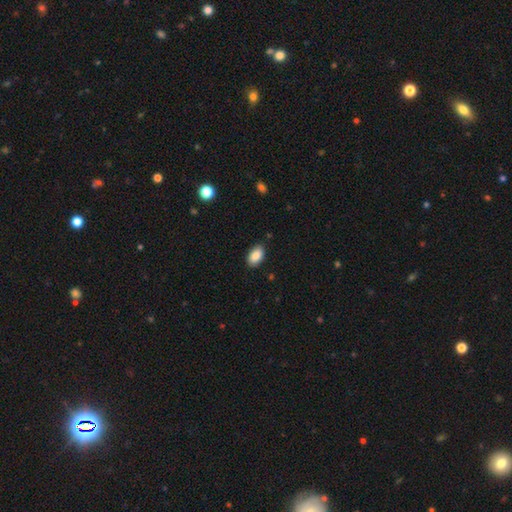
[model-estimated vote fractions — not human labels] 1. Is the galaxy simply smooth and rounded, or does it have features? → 87% smooth, 7% star or artifact, 6% featured or disk.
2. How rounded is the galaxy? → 93% in between, 5% round, 1% cigar-shaped.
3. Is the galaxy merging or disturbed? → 87% none, 10% minor disturbance, 2% major disturbance, 1% merger.